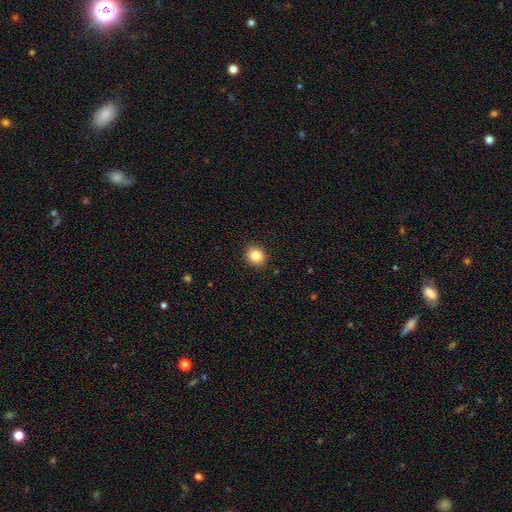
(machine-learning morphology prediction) This is clearly a smooth galaxy (84%). How rounded: likely round (77%). Merging: clearly none (91%).